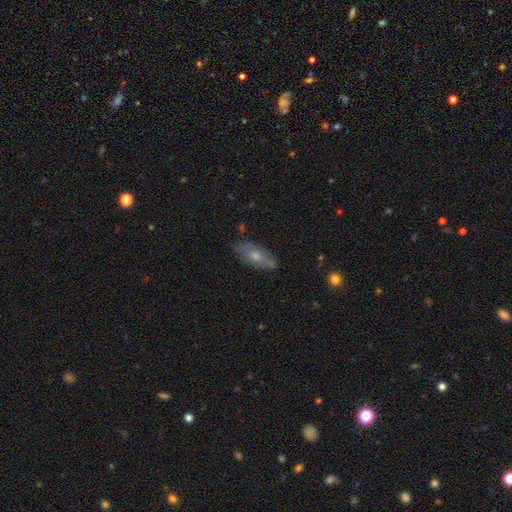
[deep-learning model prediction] The model was most divided on "smooth or featured": featured or disk: 47%, smooth: 43%, star or artifact: 10%. More confident: merging — none (80%).